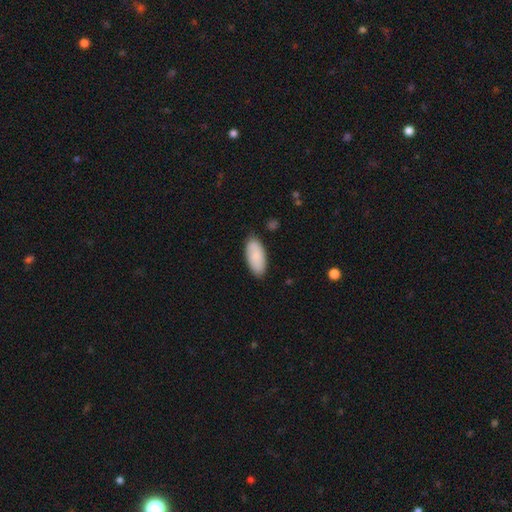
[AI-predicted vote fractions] This appears to be a smooth galaxy with no disk features (87%) that is in between round and cigar-shaped (89%). Merging: none (84%).